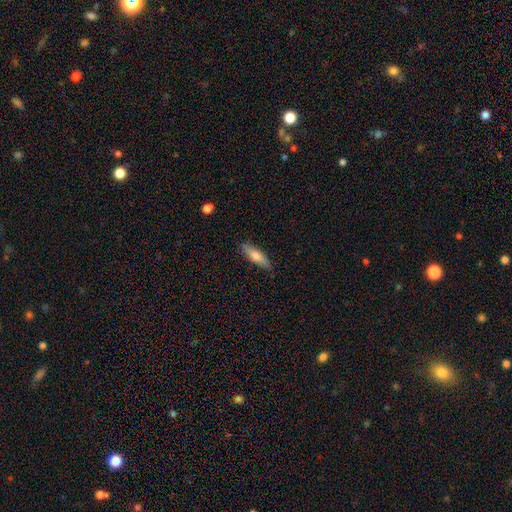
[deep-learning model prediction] Morphology: type=smooth (61%); roundness=cigar-shaped (68%); merging=none (85%).